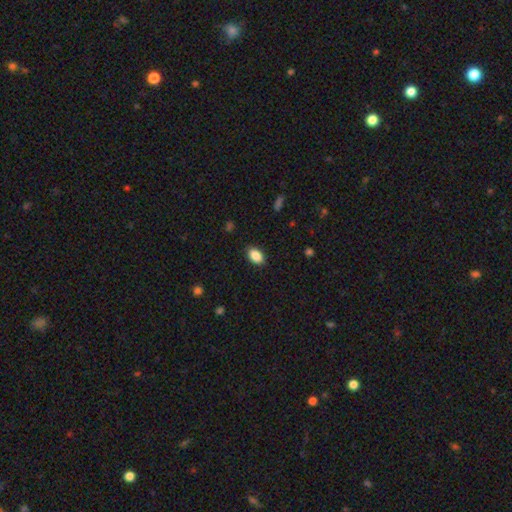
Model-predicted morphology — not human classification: A smooth galaxy with no disk features (88%) that is in between round and cigar-shaped (91%).

Vote fractions:
- Smooth or featured? smooth: 88% / star or artifact: 8% / featured or disk: 4%
- How rounded? in between: 91% / round: 7% / cigar-shaped: 2%
- Merging? none: 89% / minor disturbance: 8% / major disturbance: 2% / merger: 1%